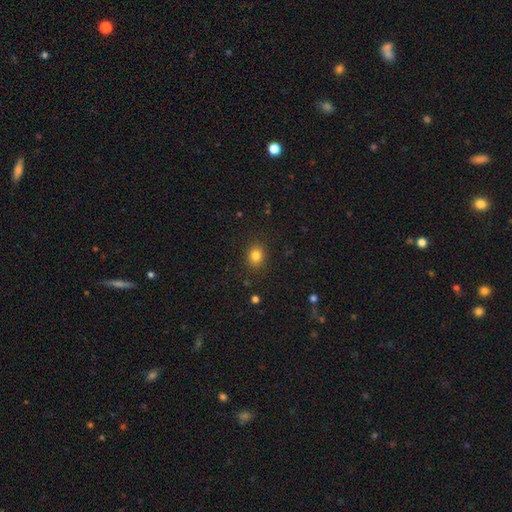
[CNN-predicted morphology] smooth-or-featured: smooth: 82% | star or artifact: 12% | featured or disk: 7%
  how-rounded: round: 61% | in between: 39% | cigar-shaped: 1%
  merging: none: 88% | minor disturbance: 8% | major disturbance: 3% | merger: 1%